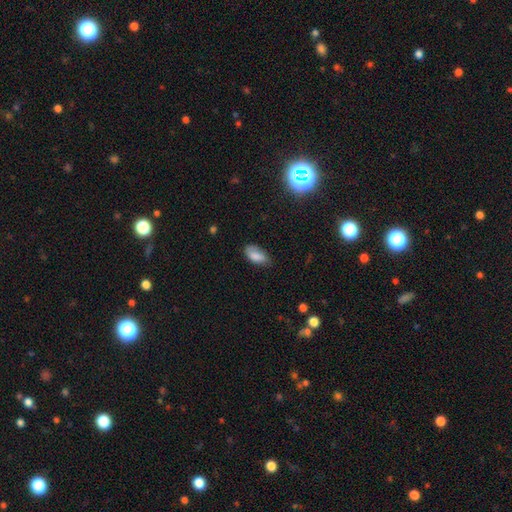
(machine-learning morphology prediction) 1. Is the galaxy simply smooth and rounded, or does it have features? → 81% smooth, 11% featured or disk, 8% star or artifact.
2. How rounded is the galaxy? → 93% in between, 4% cigar-shaped, 3% round.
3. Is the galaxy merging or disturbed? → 60% none, 32% minor disturbance, 6% major disturbance, 2% merger.